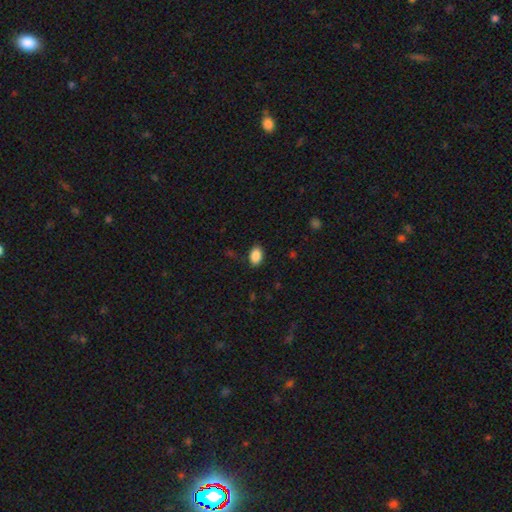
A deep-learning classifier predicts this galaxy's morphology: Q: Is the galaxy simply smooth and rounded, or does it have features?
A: smooth — 89%.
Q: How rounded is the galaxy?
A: in between — 87%.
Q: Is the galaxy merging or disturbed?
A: none — 86%.